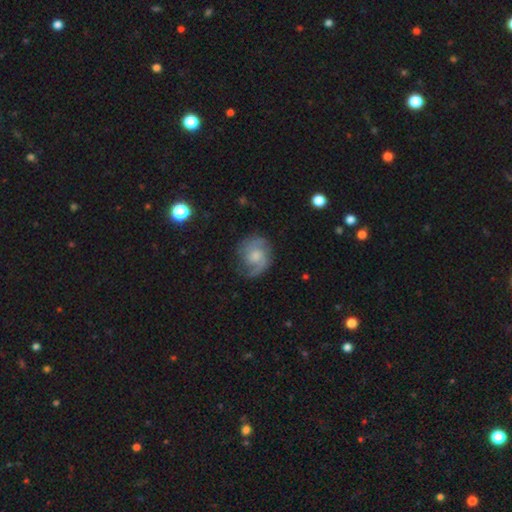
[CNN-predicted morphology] featured or disk 72%, smooth 21%, star or artifact 7%. Down the decision tree: edge-on disk — no (98%); bar — no (61%); spiral arms — yes (93%); spiral arm count — 2 (64%); spiral winding — medium (46%); bulge size — moderate (45%); merging — none (69%).